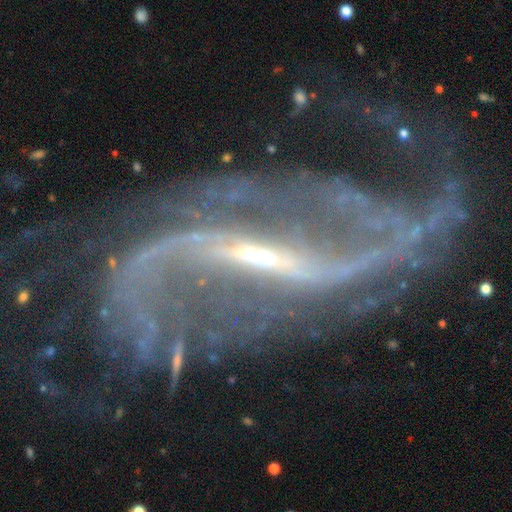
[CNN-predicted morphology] Q: Smooth or featured?
A: featured or disk (91%); runner-up: star or artifact (6%)
Q: Edge-on disk?
A: no (95%); runner-up: yes (5%)
Q: Bar?
A: strong (63%); runner-up: weak (27%)
Q: Spiral arms?
A: yes (95%); runner-up: no (5%)
Q: Spiral winding?
A: loose (65%); runner-up: medium (25%)
Q: Spiral arm count?
A: 2 (80%); runner-up: can't tell (5%)
Q: Bulge size?
A: small (69%); runner-up: moderate (21%)
Q: Merging?
A: none (43%); runner-up: major disturbance (33%)